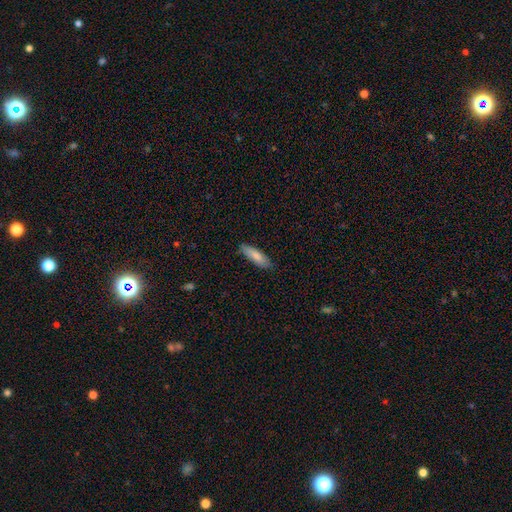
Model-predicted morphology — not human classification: Overall: smooth (82%). How rounded: cigar-shaped (54%; in between 45%). Merging: none (81%).